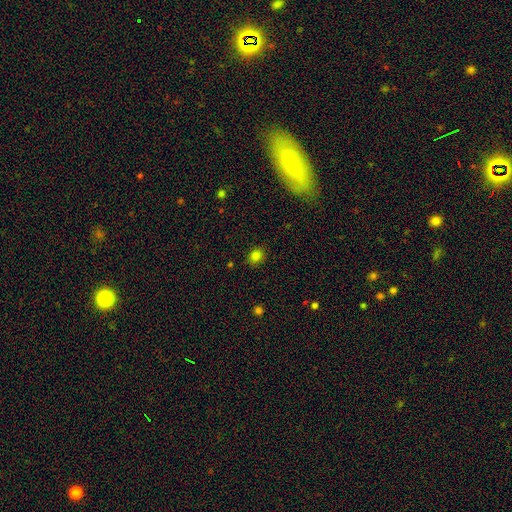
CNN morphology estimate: smooth 81%, star or artifact 14%, featured or disk 5%. Down the decision tree: how rounded — round (61%); merging — none (86%).